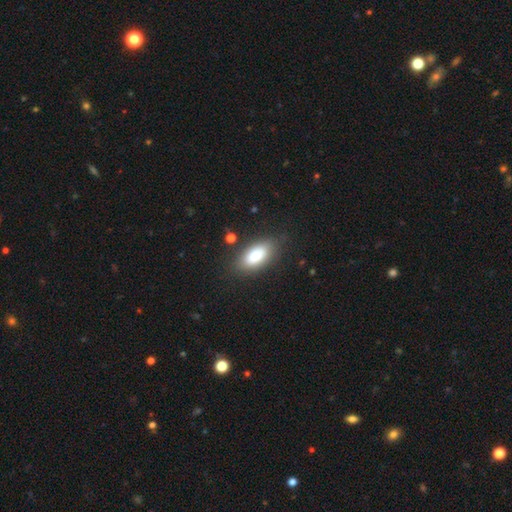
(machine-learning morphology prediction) smooth 83%, featured or disk 10%, star or artifact 7%. Down the decision tree: how rounded — in between (90%); merging — none (80%).